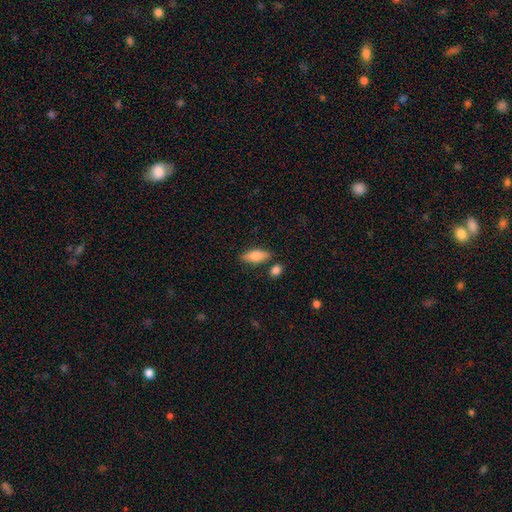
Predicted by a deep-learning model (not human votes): The model was most divided on "how rounded": in between: 74%, cigar-shaped: 23%, round: 3%. More confident: merging — none (78%); smooth or featured — smooth (75%).